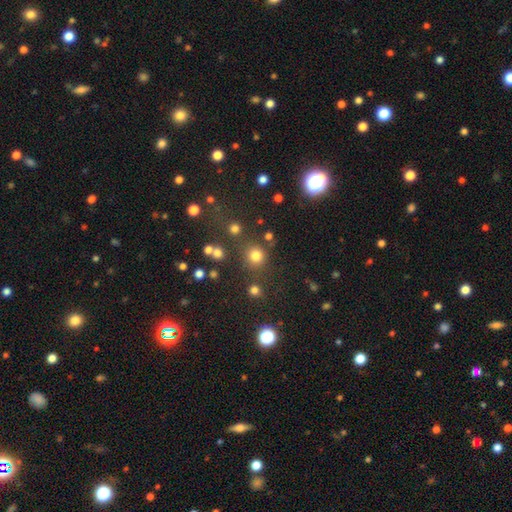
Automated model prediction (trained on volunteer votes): smooth 77%, star or artifact 17%, featured or disk 6%. Down the decision tree: how rounded — round (91%); merging — none (78%).